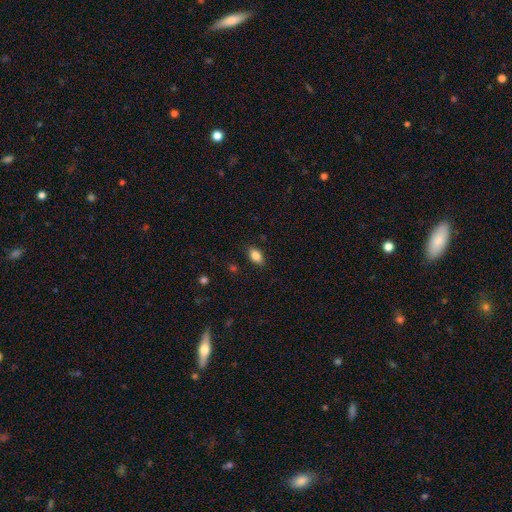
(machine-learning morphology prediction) type=smooth (85%); roundness=in between (89%); merging=none (86%).